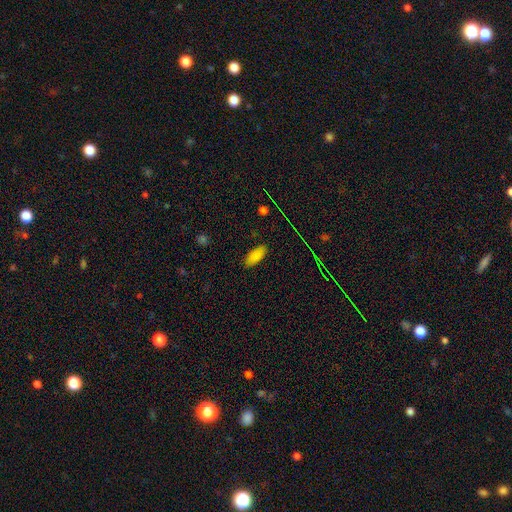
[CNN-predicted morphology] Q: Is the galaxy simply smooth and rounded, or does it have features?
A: smooth — 84%.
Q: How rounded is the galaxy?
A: in between — 84%.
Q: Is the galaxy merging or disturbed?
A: none — 87%.